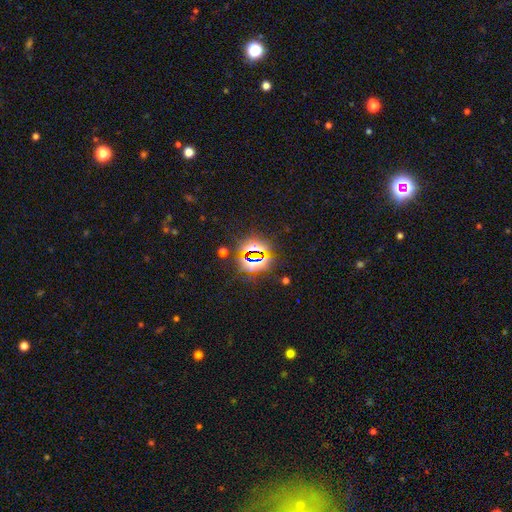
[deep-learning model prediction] smooth-or-featured: star or artifact: 77% | smooth: 15% | featured or disk: 8%